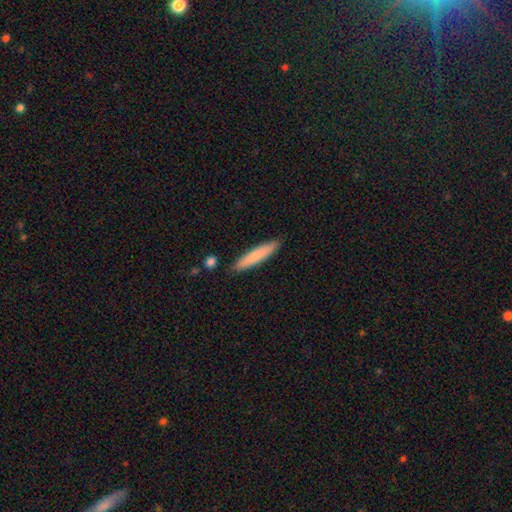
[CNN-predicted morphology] Smooth or featured? smooth (79%)
How rounded? cigar-shaped (91%)
Merging? none (89%)